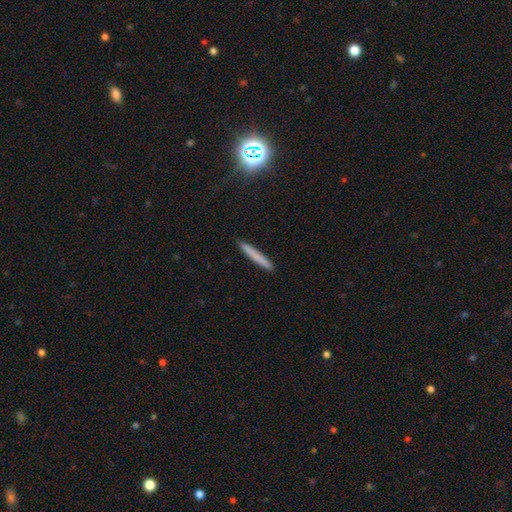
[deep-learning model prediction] A smooth galaxy with no disk features (74%) that is cigar-shaped (96%).

Vote fractions:
- Smooth or featured? smooth: 74% / featured or disk: 18% / star or artifact: 7%
- How rounded? cigar-shaped: 96% / in between: 2% / round: 1%
- Merging? none: 92% / minor disturbance: 6% / major disturbance: 1% / merger: 1%